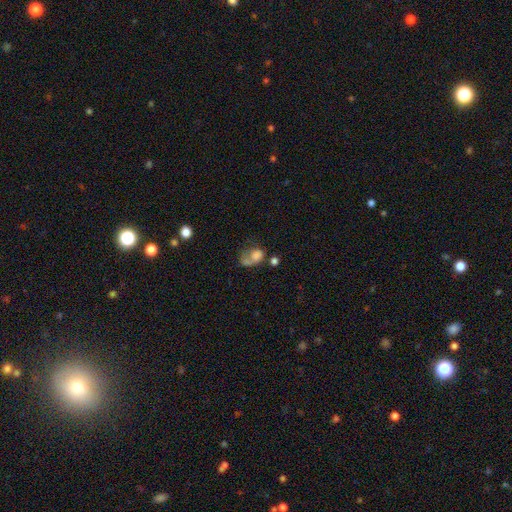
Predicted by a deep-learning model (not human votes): smooth_or_featured: smooth (p=0.60) [alt: featured or disk p=0.27]
how_rounded: in between (p=0.64) [alt: round p=0.35]
merging: major disturbance (p=0.34) [alt: merger p=0.27]